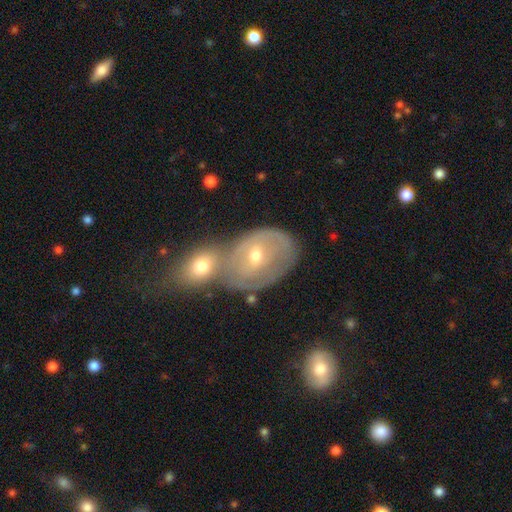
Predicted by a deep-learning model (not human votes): Smooth or featured? featured or disk (57%)
Edge-on disk? no (93%)
Bar? no (57%)
Spiral arms? yes (55%)
Bulge size? moderate (52%)
Merging? merger (51%)